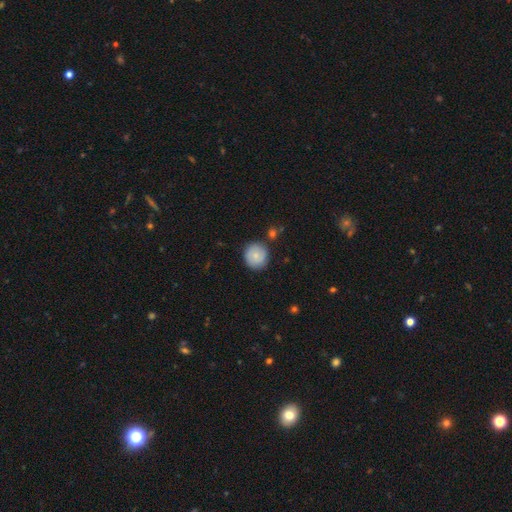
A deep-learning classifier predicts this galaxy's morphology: Smooth or featured?
  - smooth: 72% *
  - featured or disk: 21%
  - star or artifact: 7%
How rounded?
  - round: 92% *
  - in between: 7%
  - cigar-shaped: 1%
Merging?
  - none: 82% *
  - minor disturbance: 12%
  - merger: 3%
  - major disturbance: 3%